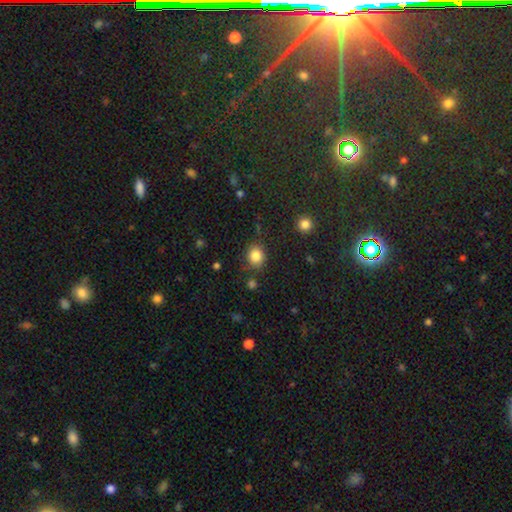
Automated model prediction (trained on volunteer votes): The model was most divided on "how rounded": round: 71%, in between: 28%, cigar-shaped: 1%. More confident: smooth or featured — smooth (84%); merging — none (82%).